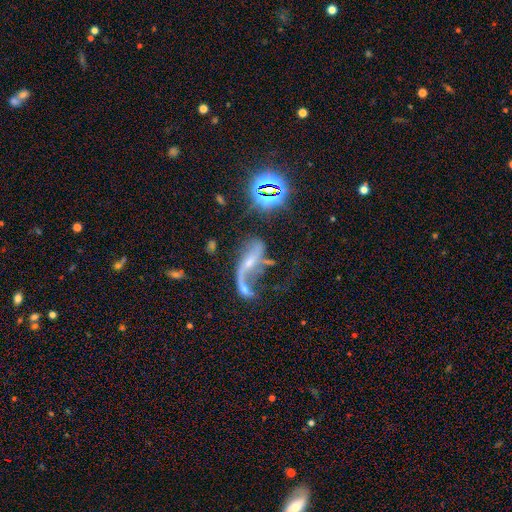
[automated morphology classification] Overall: featured or disk (70%). Edge-on disk: no (90%). Bar: no (44%; weak 31%). Spiral arms: yes (74%). Bulge size: small (57%; moderate 25%). Merging: merger (29%, tied with major disturbance).